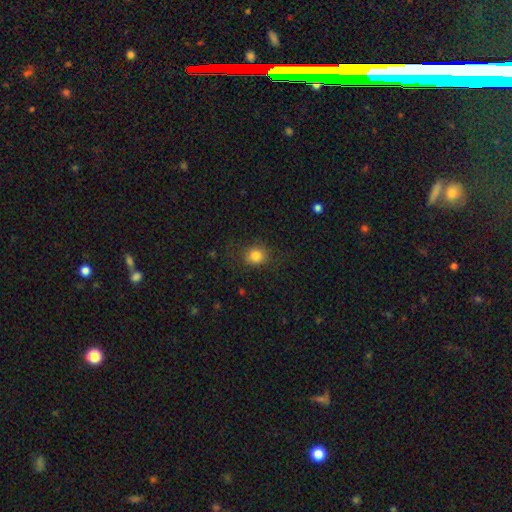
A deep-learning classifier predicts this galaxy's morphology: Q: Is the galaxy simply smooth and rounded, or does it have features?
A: smooth — 83%.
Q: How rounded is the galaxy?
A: round — 74%.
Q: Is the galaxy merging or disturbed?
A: none — 81%.